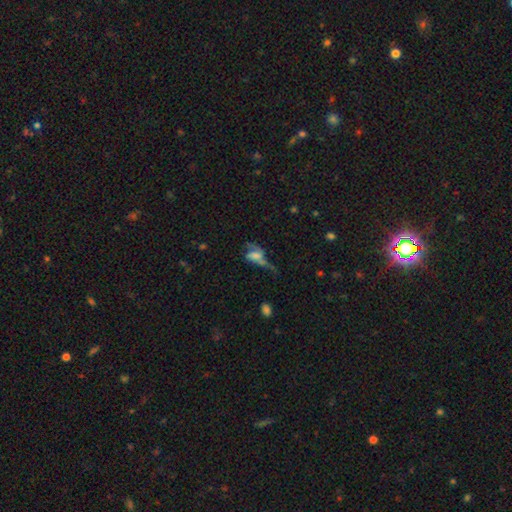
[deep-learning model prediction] Overall: featured or disk (50%; smooth 37%). Edge-on disk: no (92%). Merging: major disturbance (44%; none 24%).